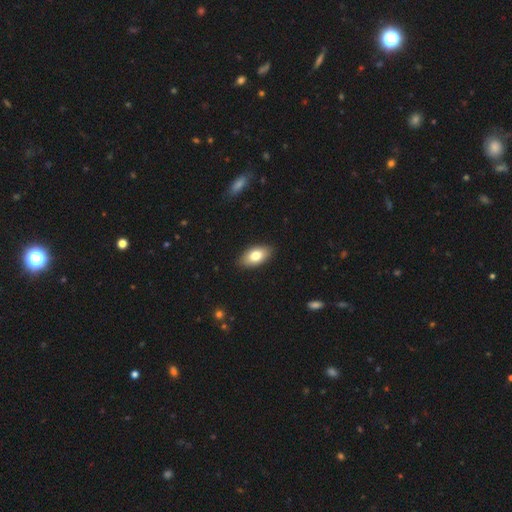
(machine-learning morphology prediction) Q: Smooth or featured?
A: smooth (78%); runner-up: featured or disk (16%)
Q: How rounded?
A: in between (93%); runner-up: round (4%)
Q: Merging?
A: none (88%); runner-up: minor disturbance (9%)